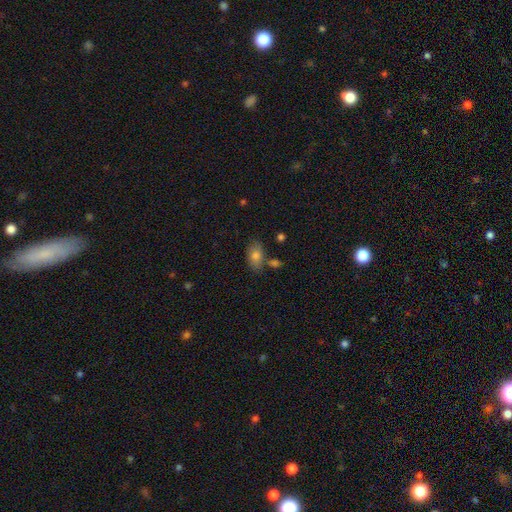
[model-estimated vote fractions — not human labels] smooth-or-featured: smooth: 80% | featured or disk: 12% | star or artifact: 8%
  how-rounded: in between: 89% | round: 9% | cigar-shaped: 2%
  merging: none: 67% | minor disturbance: 17% | merger: 11% | major disturbance: 5%